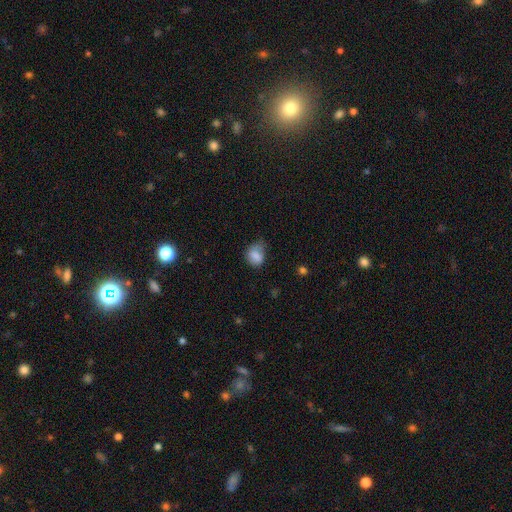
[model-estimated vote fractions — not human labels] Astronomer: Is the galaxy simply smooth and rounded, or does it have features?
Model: smooth — 80%.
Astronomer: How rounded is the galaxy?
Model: in between — 53% (runner-up: round, 46%).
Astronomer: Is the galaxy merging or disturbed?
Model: none — 42% (runner-up: minor disturbance, 39%).